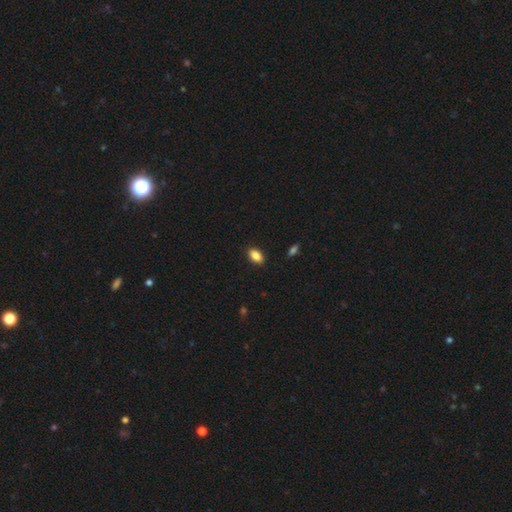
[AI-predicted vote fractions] Q: Smooth or featured?
A: smooth (86%); runner-up: star or artifact (8%)
Q: How rounded?
A: in between (89%); runner-up: round (8%)
Q: Merging?
A: none (89%); runner-up: minor disturbance (8%)